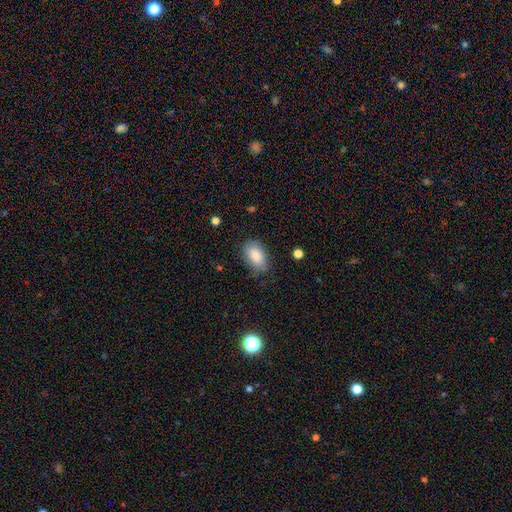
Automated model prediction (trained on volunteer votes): Smooth or featured?
  - smooth: 84% *
  - featured or disk: 9%
  - star or artifact: 7%
How rounded?
  - in between: 91% *
  - round: 7%
  - cigar-shaped: 2%
Merging?
  - none: 73% *
  - minor disturbance: 21%
  - major disturbance: 5%
  - merger: 1%